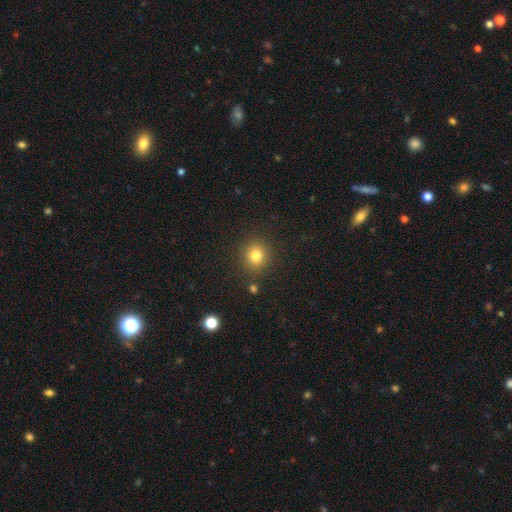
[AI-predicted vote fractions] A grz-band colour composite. It shows a smooth galaxy with no disk features (80%) that is round (84%). Merging: none (86%).